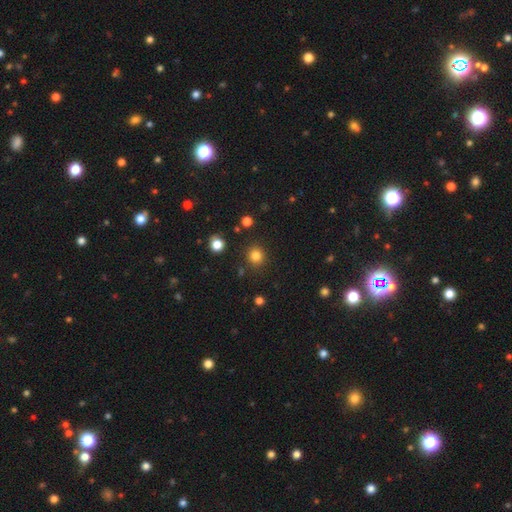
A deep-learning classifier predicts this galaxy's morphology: smooth 82%, star or artifact 14%, featured or disk 4%. Down the decision tree: how rounded — round (90%); merging — none (88%).